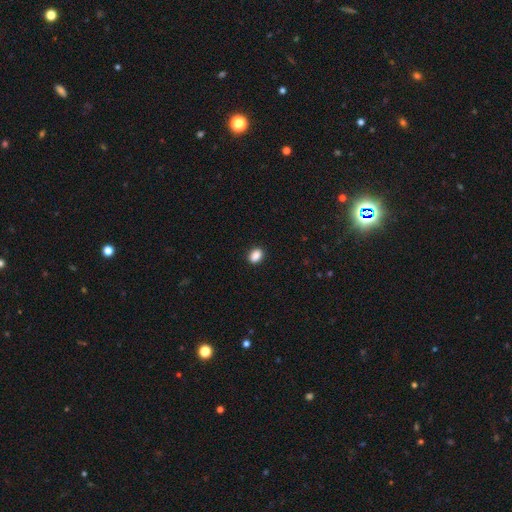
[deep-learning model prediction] This is clearly a smooth galaxy (89%). How rounded: likely in between (72%). Merging: clearly none (90%).